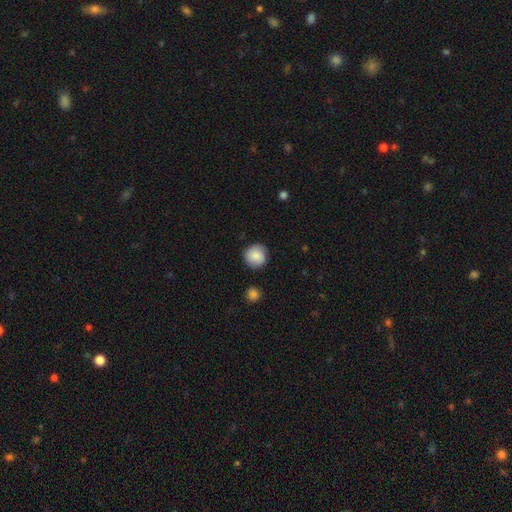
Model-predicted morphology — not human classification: Smooth or featured: smooth — 86% (star or artifact — 7%)
How rounded: round — 93% (in between — 6%)
Merging: none — 88% (minor disturbance — 8%)